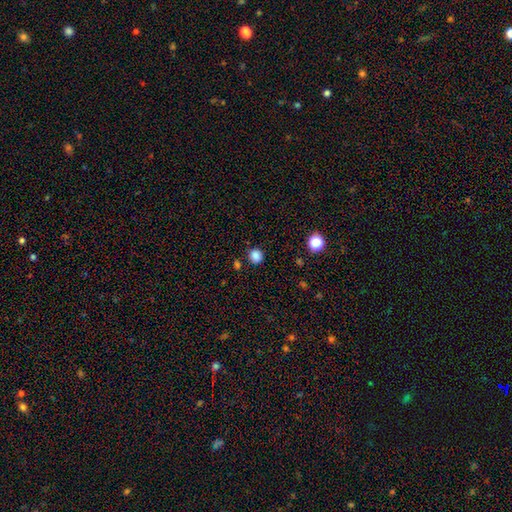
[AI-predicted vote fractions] Smooth or featured?
  - smooth: 84% *
  - star or artifact: 12%
  - featured or disk: 3%
How rounded?
  - round: 83% *
  - in between: 16%
  - cigar-shaped: 1%
Merging?
  - none: 84% *
  - minor disturbance: 10%
  - merger: 3%
  - major disturbance: 3%